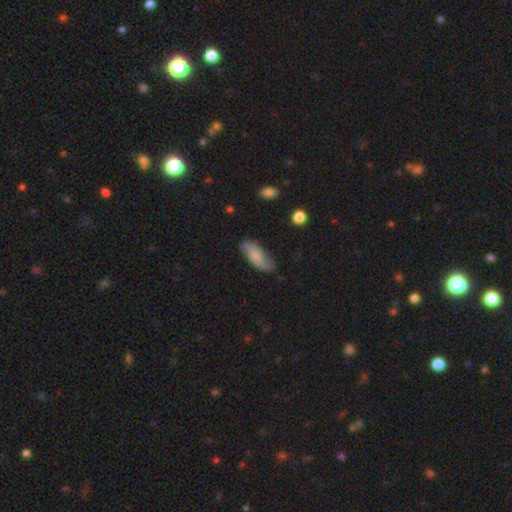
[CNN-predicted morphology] Smooth or featured: smooth — 71% (featured or disk — 22%)
How rounded: in between — 75% (cigar-shaped — 22%)
Merging: none — 71% (minor disturbance — 22%)